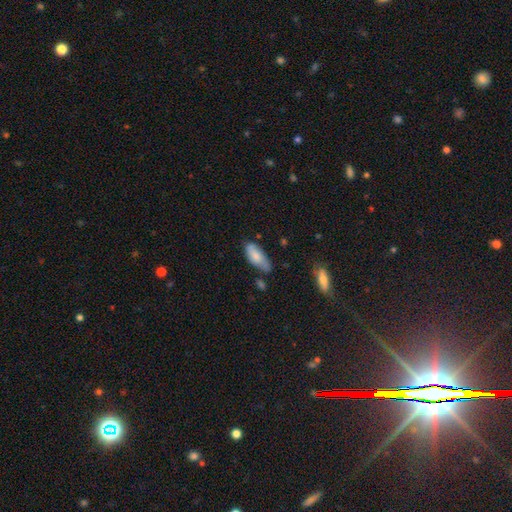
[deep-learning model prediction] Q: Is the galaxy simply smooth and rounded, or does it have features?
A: smooth — 77%.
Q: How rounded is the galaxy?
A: in between — 83%.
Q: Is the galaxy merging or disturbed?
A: none — 55%.